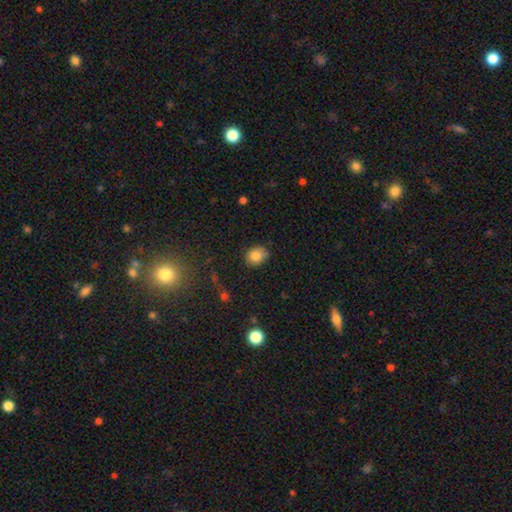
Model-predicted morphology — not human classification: type=smooth (82%); roundness=round (61%); merging=none (75%).